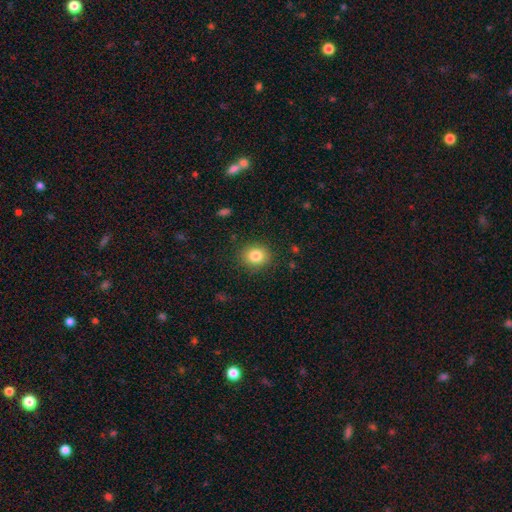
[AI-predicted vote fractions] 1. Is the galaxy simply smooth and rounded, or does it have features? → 83% smooth, 10% star or artifact, 7% featured or disk.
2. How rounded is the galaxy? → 68% round, 31% in between, 1% cigar-shaped.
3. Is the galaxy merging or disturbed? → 87% none, 9% minor disturbance, 3% major disturbance, 1% merger.